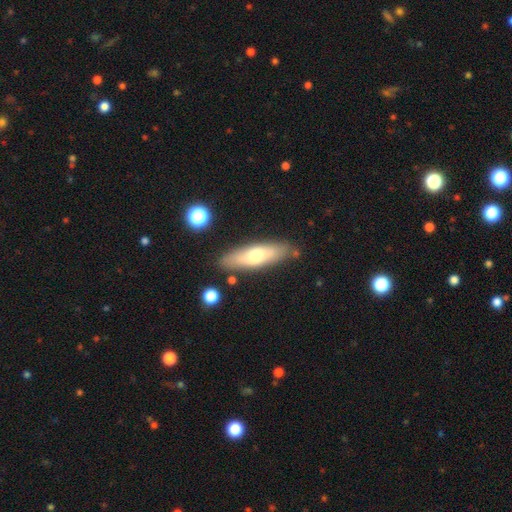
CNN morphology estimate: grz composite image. It shows a smooth galaxy with no disk features (58%) that is cigar-shaped (59%). Merging: none (82%).